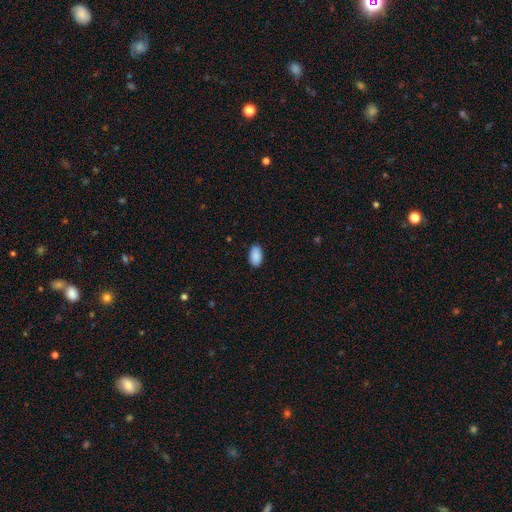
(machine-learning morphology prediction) This appears to be a smooth galaxy with no disk features (91%) that is in between round and cigar-shaped (95%). Merging: none (88%).